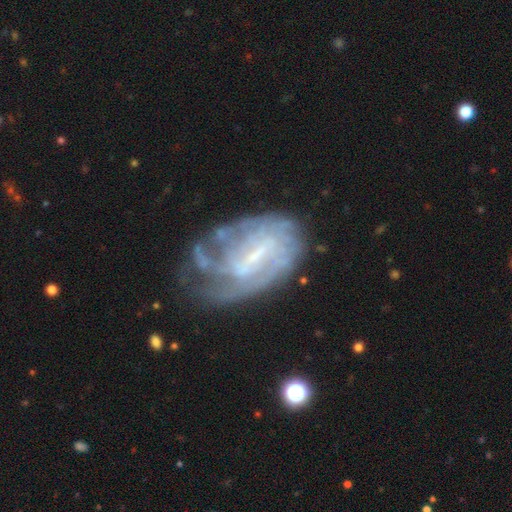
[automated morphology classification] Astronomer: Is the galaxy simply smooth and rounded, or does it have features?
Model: featured or disk — 80%.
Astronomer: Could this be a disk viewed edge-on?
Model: no — 97%.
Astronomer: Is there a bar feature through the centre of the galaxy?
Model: weak — 49% (runner-up: strong, 30%).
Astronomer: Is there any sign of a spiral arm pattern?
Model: yes — 75%.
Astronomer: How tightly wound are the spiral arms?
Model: tight — 51% (runner-up: medium, 32%).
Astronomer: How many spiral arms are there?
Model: can't tell — 55%.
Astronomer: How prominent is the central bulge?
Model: small — 52%.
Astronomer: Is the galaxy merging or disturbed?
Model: none — 42% (runner-up: minor disturbance, 27%).